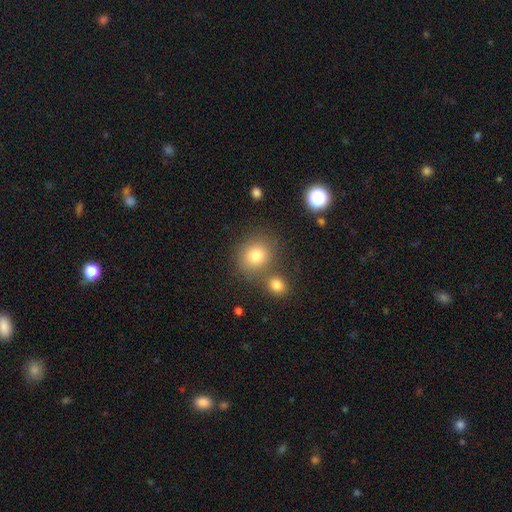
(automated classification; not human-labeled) smooth_or_featured: smooth (p=0.79) [alt: star or artifact p=0.12]
how_rounded: round (p=0.79) [alt: in between p=0.20]
merging: none (p=0.66) [alt: merger p=0.20]